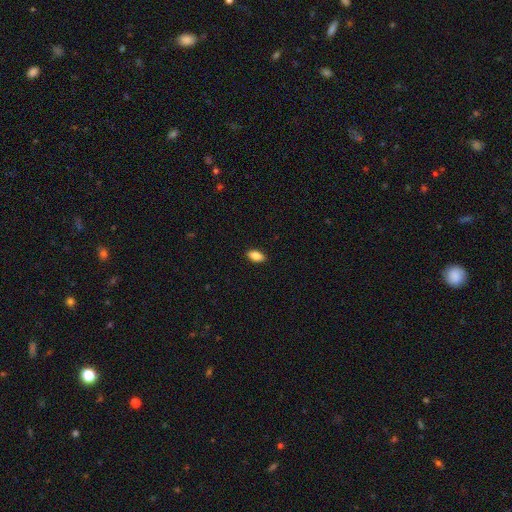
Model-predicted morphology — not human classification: This appears to be a smooth galaxy with no disk features (85%) that is in between round and cigar-shaped (90%). Merging: none (90%).